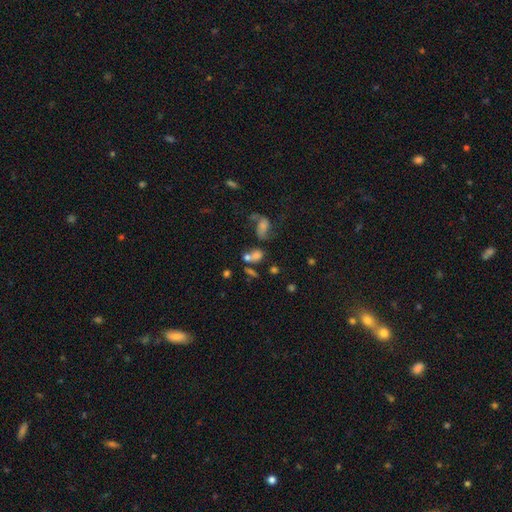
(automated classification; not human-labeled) This is possibly a smooth galaxy (55%). How rounded: likely in between (62%). Merging: marginally merger (39%).